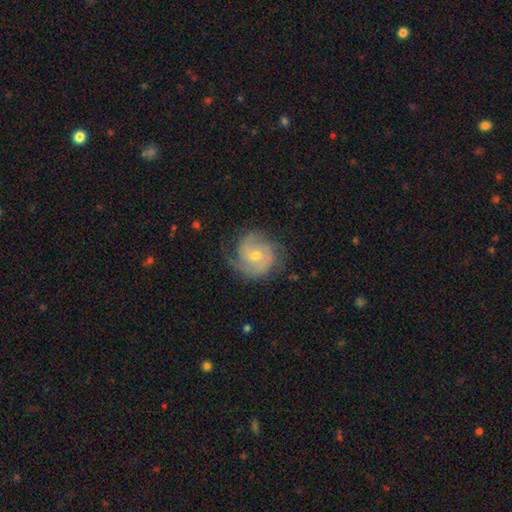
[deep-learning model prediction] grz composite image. It shows a featured or disk galaxy (78%) with no bar (65%), 2 (47%) tight (48%) spiral arms (94%) and a small central bulge (50%). Merging: none (69%).